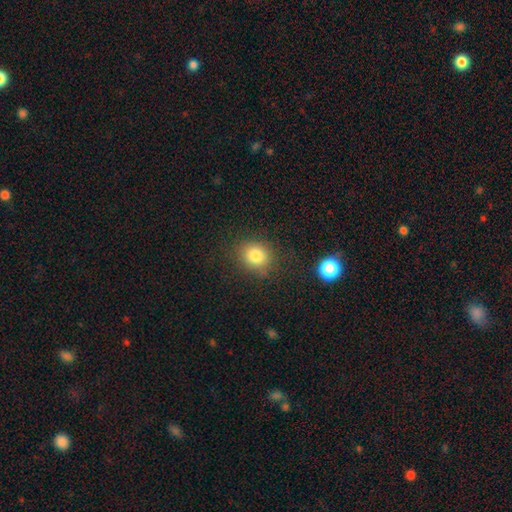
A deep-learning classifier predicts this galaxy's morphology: A smooth galaxy with no disk features (81%) that is round (70%).

Vote fractions:
- Smooth or featured? smooth: 81% / star or artifact: 12% / featured or disk: 7%
- How rounded? round: 70% / in between: 29% / cigar-shaped: 1%
- Merging? none: 83% / minor disturbance: 11% / major disturbance: 4% / merger: 2%